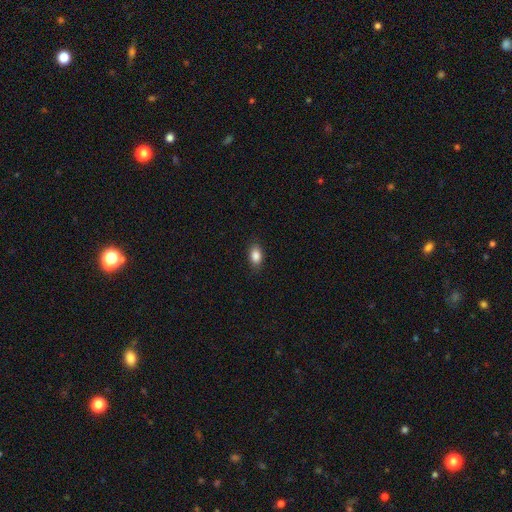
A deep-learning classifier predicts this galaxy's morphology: smooth-or-featured: smooth: 87% | star or artifact: 8% | featured or disk: 5%
  how-rounded: in between: 86% | round: 11% | cigar-shaped: 2%
  merging: none: 87% | minor disturbance: 10% | major disturbance: 2% | merger: 1%